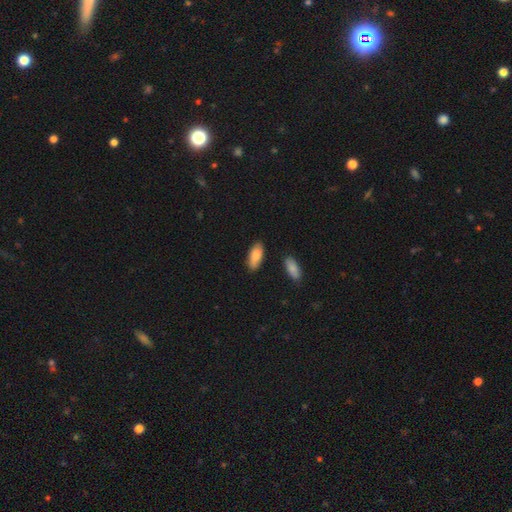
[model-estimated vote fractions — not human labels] Smooth or featured? Predicted: smooth (p=0.86). How rounded? Predicted: in between (p=0.86). Merging? Predicted: none (p=0.82).